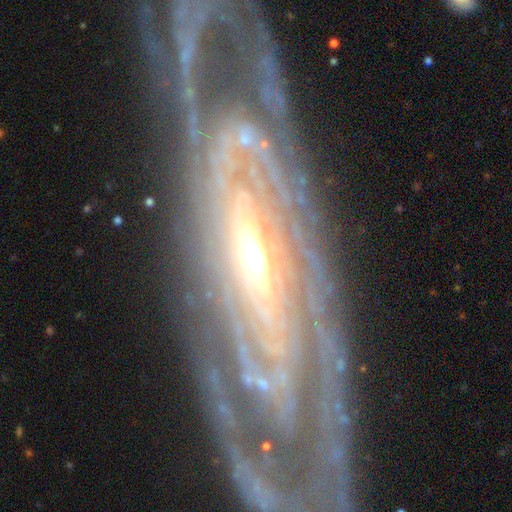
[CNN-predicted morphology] smooth_or_featured: featured or disk (p=0.87) [alt: smooth p=0.07]
disk_edge_on: no (p=0.76) [alt: yes p=0.24]
bar: no (p=0.50) [alt: weak p=0.29]
has_spiral_arms: yes (p=0.90) [alt: no p=0.10]
spiral_winding: tight (p=0.76) [alt: medium p=0.17]
spiral_arm_count: can't tell (p=0.46) [alt: 2 p=0.15]
bulge_size: moderate (p=0.57) [alt: small p=0.30]
merging: none (p=0.67) [alt: minor disturbance p=0.18]